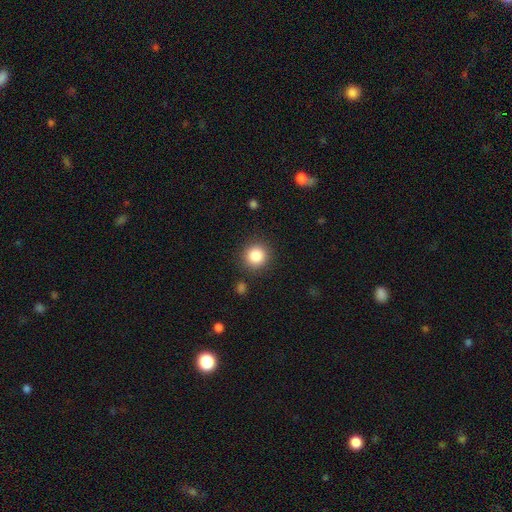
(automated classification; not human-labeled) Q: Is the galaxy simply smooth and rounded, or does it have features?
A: smooth — 85%.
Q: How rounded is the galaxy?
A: round — 93%.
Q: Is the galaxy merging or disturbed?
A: none — 88%.